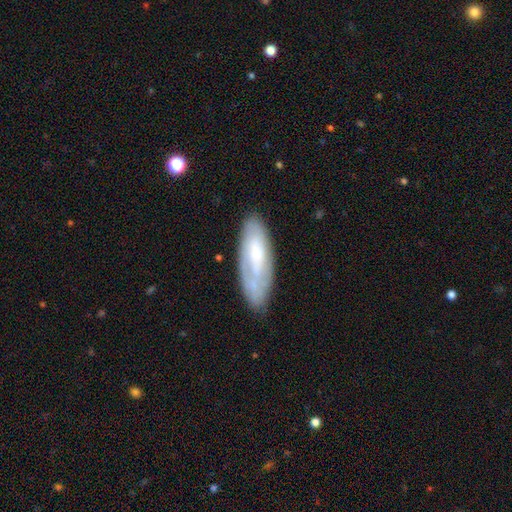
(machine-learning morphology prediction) A featured or disk galaxy (47%).

Vote fractions:
- Smooth or featured? featured or disk: 47% / smooth: 46% / star or artifact: 7%
- Merging? none: 70% / minor disturbance: 21% / major disturbance: 6% / merger: 2%